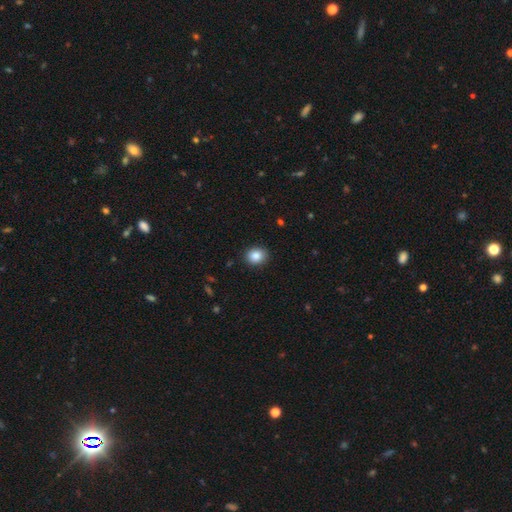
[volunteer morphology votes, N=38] smooth-or-featured: smooth: 92% | featured or disk: 5% | star or artifact: 3%
  how-rounded: round: 66% | in between: 31% | cigar-shaped: 3%
  merging: none: 95% | minor disturbance: 3% | major disturbance: 3% | merger: 0%